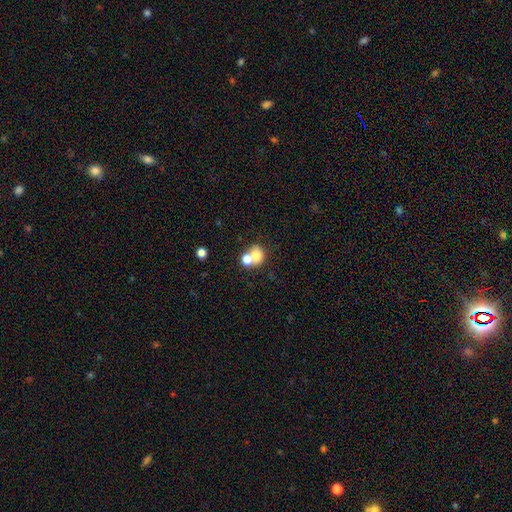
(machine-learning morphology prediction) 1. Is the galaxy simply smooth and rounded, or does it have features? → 75% smooth, 14% featured or disk, 11% star or artifact.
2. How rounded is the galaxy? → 59% round, 40% in between, 1% cigar-shaped.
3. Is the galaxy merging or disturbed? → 52% merger, 34% none, 9% minor disturbance, 5% major disturbance.